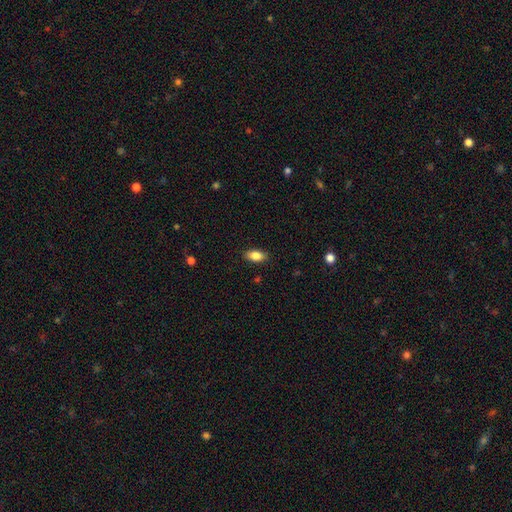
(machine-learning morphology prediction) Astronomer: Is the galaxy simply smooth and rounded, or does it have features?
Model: smooth — 84%.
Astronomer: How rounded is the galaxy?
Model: in between — 90%.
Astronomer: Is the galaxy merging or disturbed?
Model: none — 88%.